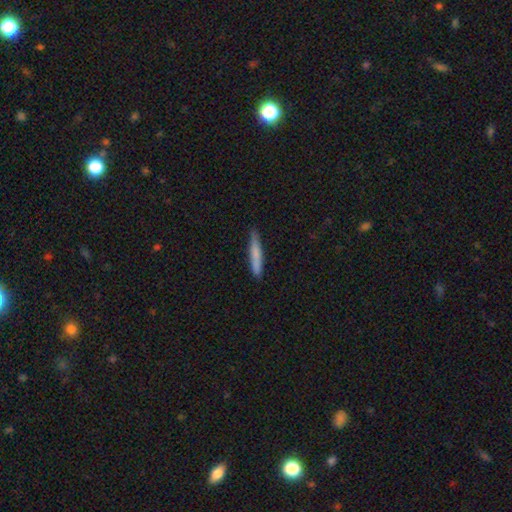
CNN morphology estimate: A smooth galaxy with no disk features (74%) that is cigar-shaped (94%).

Vote fractions:
- Smooth or featured? smooth: 74% / featured or disk: 21% / star or artifact: 6%
- How rounded? cigar-shaped: 94% / in between: 5% / round: 1%
- Merging? none: 85% / minor disturbance: 12% / major disturbance: 2% / merger: 1%